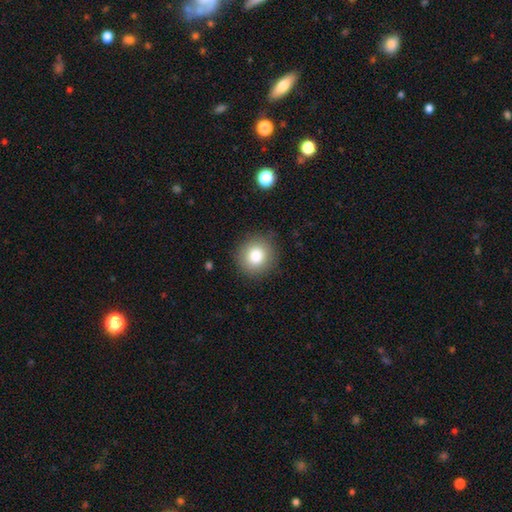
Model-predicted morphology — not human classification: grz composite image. It shows a smooth galaxy with no disk features (81%) that is round (91%). Merging: none (87%).